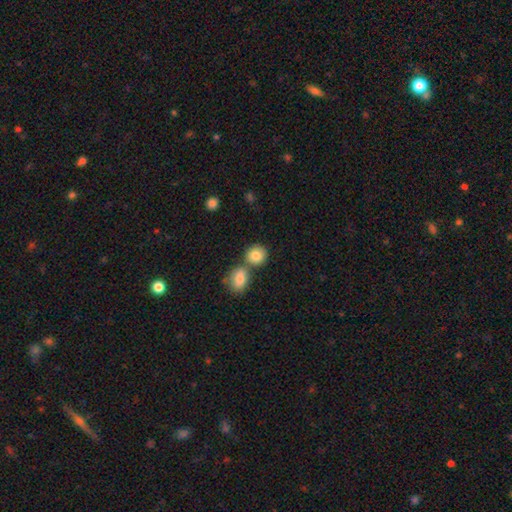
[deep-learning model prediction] This is clearly a smooth galaxy (84%). How rounded: likely round (79%). Merging: possibly none (52%).